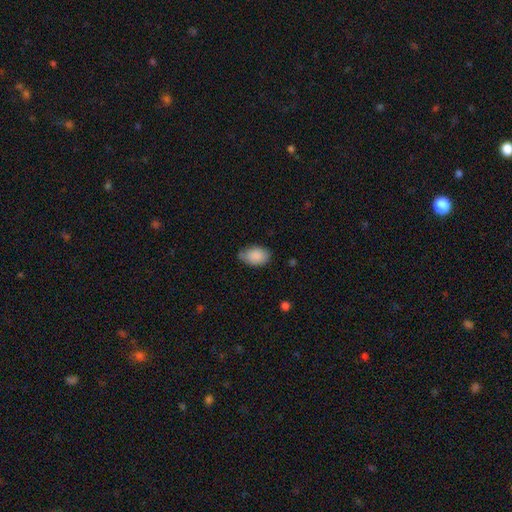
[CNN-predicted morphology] smooth-or-featured: smooth: 88% | star or artifact: 7% | featured or disk: 6%
  how-rounded: in between: 88% | round: 10% | cigar-shaped: 1%
  merging: none: 63% | minor disturbance: 30% | major disturbance: 5% | merger: 2%